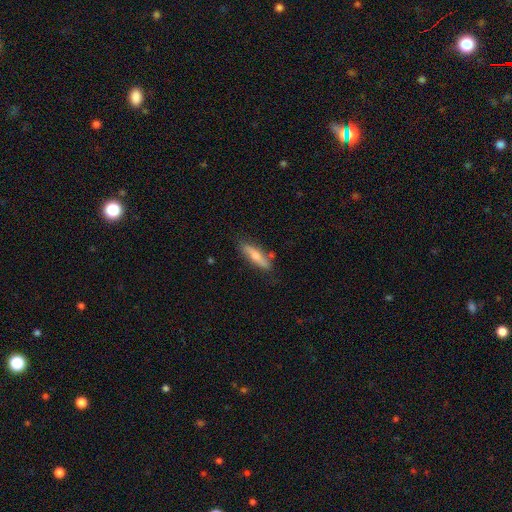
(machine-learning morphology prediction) smooth 54%, featured or disk 40%, star or artifact 6%. Down the decision tree: how rounded — cigar-shaped (73%); merging — none (79%).